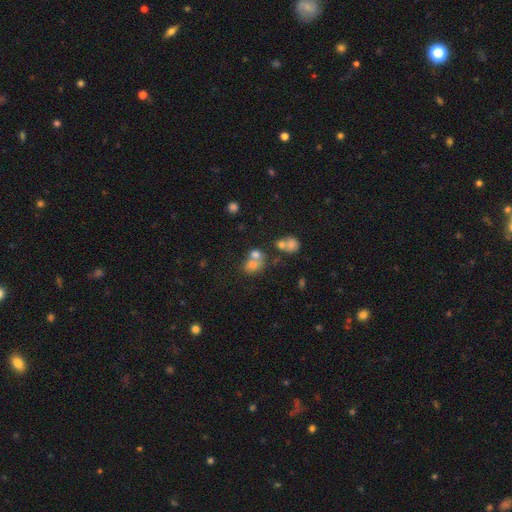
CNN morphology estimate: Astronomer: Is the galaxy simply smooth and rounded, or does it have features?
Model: smooth — 67%.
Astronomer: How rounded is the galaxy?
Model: round — 54% (runner-up: in between, 44%).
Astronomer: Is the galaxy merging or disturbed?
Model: merger — 55%.